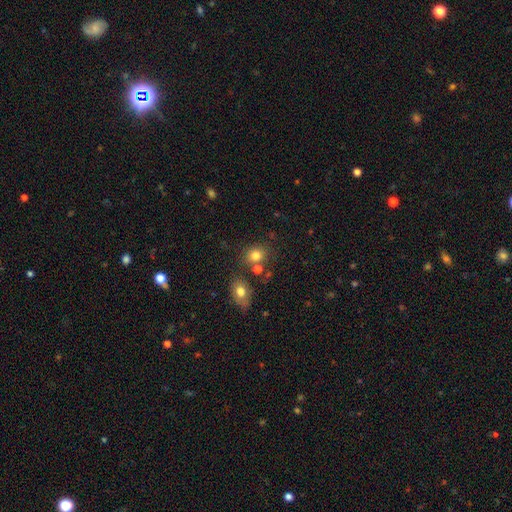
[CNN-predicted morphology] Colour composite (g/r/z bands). It shows a smooth galaxy with no disk features (79%) that is round (64%). Merging: none (65%).